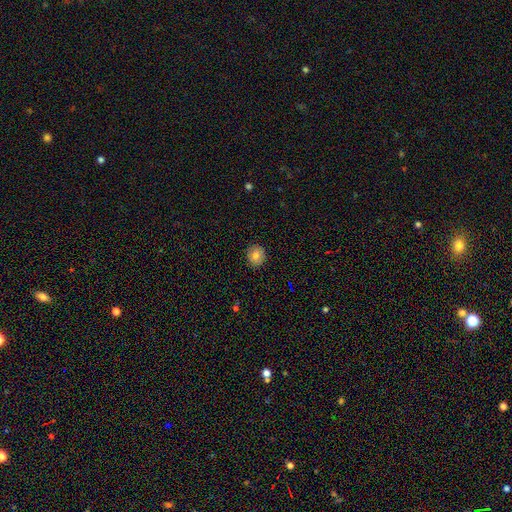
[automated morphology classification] A smooth galaxy with no disk features (77%) that is round (84%). Merging: none (90%).